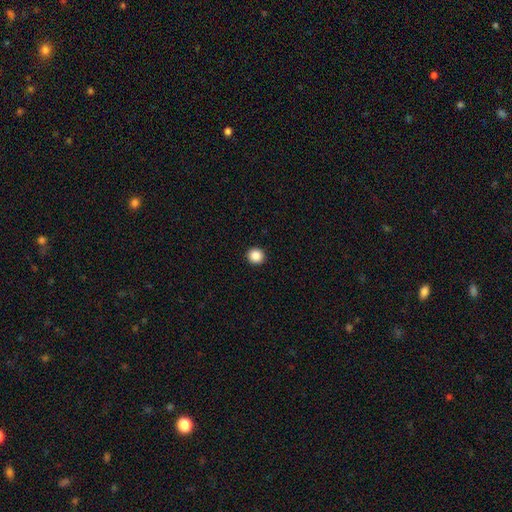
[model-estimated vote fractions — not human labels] The model was most divided on "smooth or featured": smooth: 87%, star or artifact: 10%, featured or disk: 3%. More confident: how rounded — round (95%); merging — none (94%).